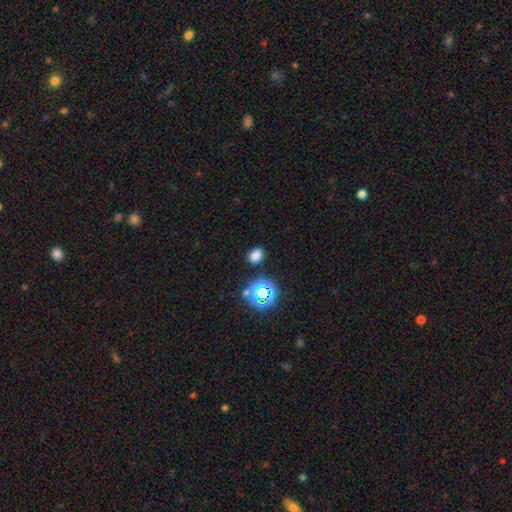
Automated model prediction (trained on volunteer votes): A smooth galaxy with no disk features (73%) that is in between round and cigar-shaped (66%).

Vote fractions:
- Smooth or featured? smooth: 73% / star or artifact: 21% / featured or disk: 6%
- How rounded? in between: 66% / round: 33% / cigar-shaped: 1%
- Merging? none: 86% / minor disturbance: 9% / major disturbance: 3% / merger: 2%